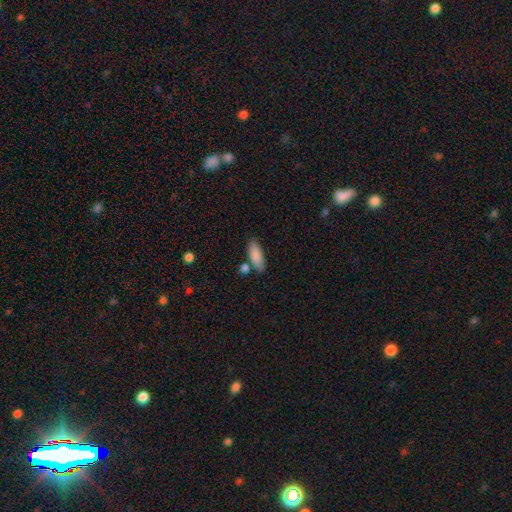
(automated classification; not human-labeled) A smooth galaxy with no disk features (87%) that is in between round and cigar-shaped (69%). Merging: none (73%).